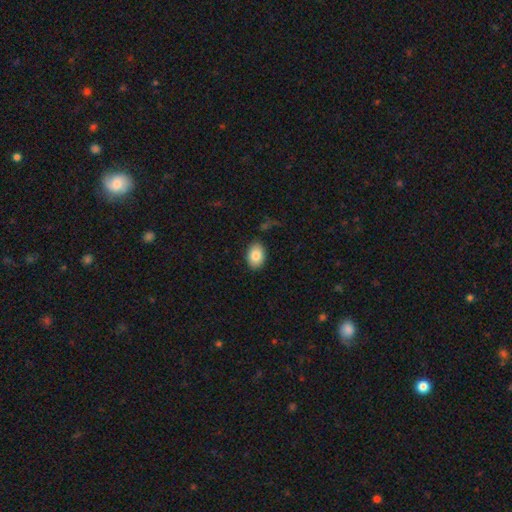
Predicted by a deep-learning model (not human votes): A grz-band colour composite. It shows a smooth galaxy with no disk features (84%) that is in between round and cigar-shaped (80%). Merging: none (86%).